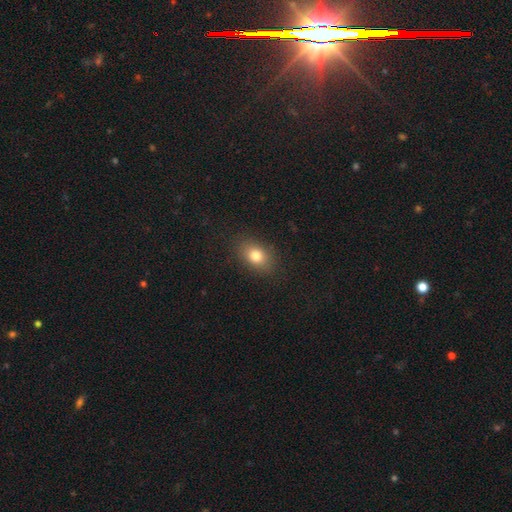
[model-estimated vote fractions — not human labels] A smooth galaxy with no disk features (80%) that is in between round and cigar-shaped (72%). Merging: none (87%).